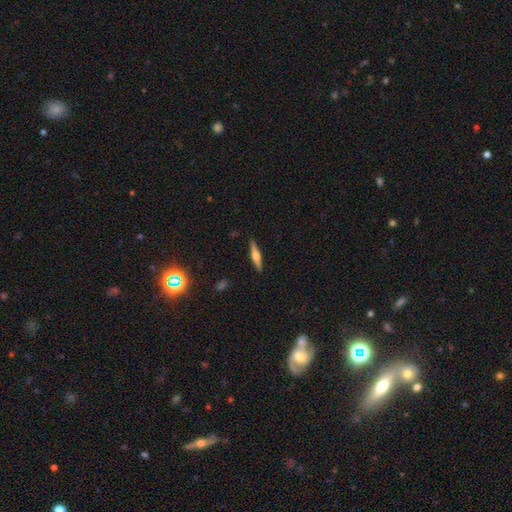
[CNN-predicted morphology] type=featured or disk (64%); edge-on=yes (97%); edge-on bulge=rounded (90%); merging=none (91%).